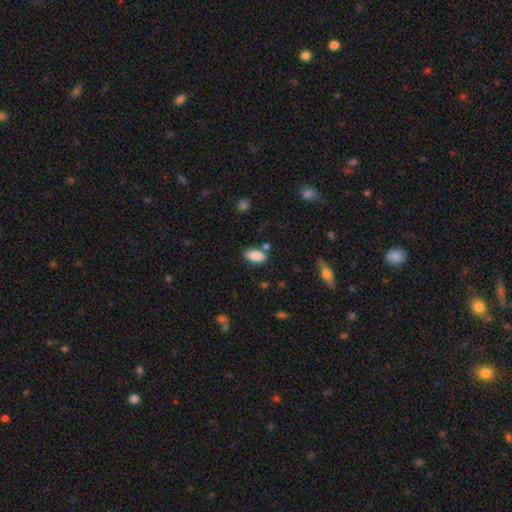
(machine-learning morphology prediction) Overall: smooth (87%). How rounded: in between (92%). Merging: none (78%).